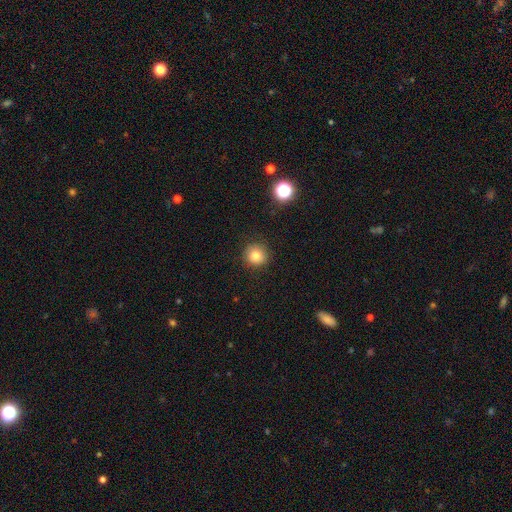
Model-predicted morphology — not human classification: Smooth or featured? smooth (82%)
How rounded? round (92%)
Merging? none (89%)